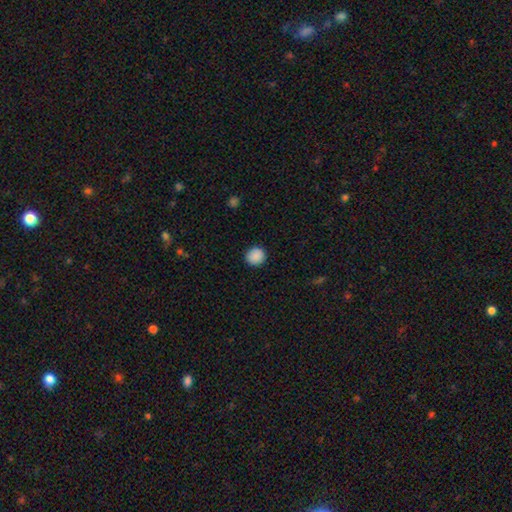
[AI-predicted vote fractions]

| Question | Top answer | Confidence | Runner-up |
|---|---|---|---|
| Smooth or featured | smooth | 89% | star or artifact (8%) |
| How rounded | round | 90% | in between (9%) |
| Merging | none | 91% | minor disturbance (6%) |